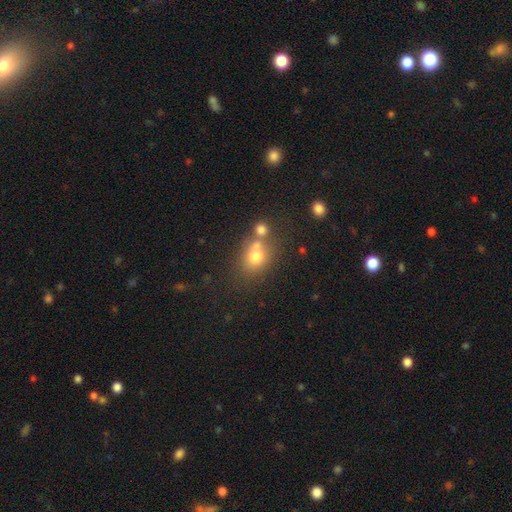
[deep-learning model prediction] smooth-or-featured: smooth: 71% | featured or disk: 15% | star or artifact: 14%
  how-rounded: round: 59% | in between: 40% | cigar-shaped: 1%
  merging: none: 47% | merger: 36% | minor disturbance: 12% | major disturbance: 5%